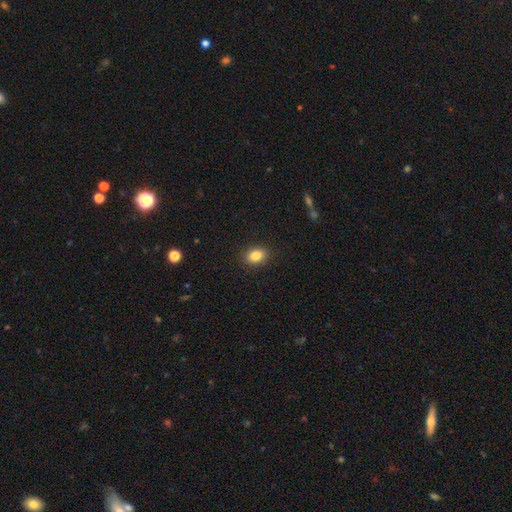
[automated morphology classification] This is clearly a smooth galaxy (85%). How rounded: likely in between (75%). Merging: clearly none (89%).